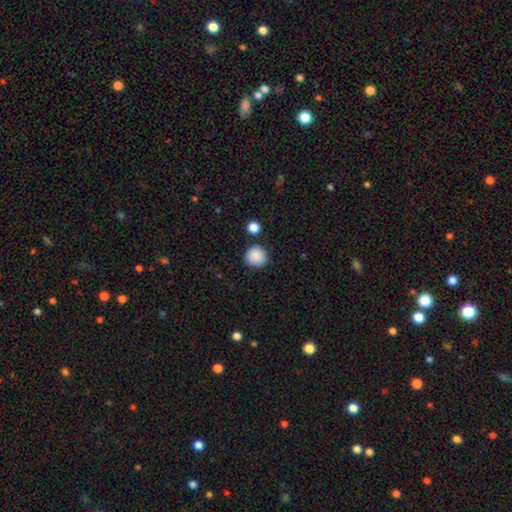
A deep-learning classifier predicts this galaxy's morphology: Smooth or featured? Predicted: smooth (p=0.88). How rounded? Predicted: round (p=0.91). Merging? Predicted: none (p=0.85).